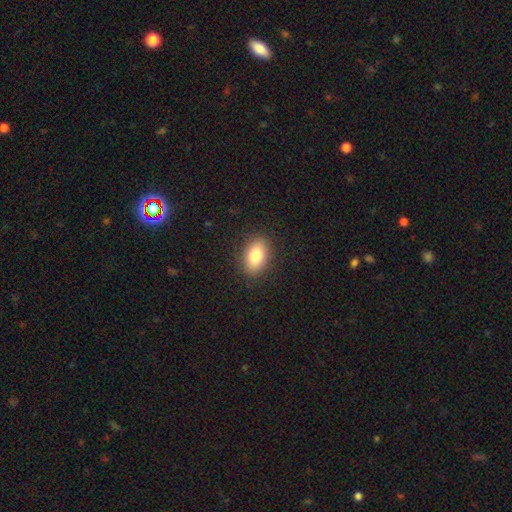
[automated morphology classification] Smooth or featured? Predicted: smooth (p=0.83). How rounded? Predicted: in between (p=0.87). Merging? Predicted: none (p=0.88).